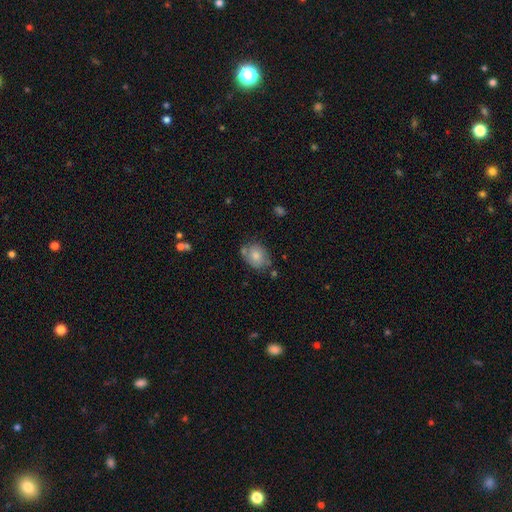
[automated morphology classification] A smooth galaxy with no disk features (72%) that is in between round and cigar-shaped (58%). Merging: none (60%).